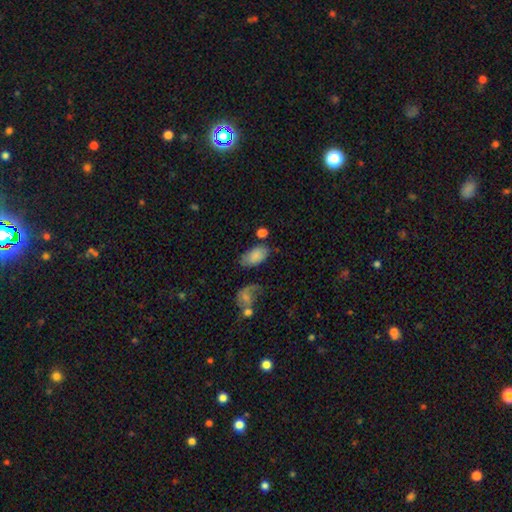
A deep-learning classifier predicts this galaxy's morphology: type=smooth (80%); roundness=in between (93%); merging=none (57%).